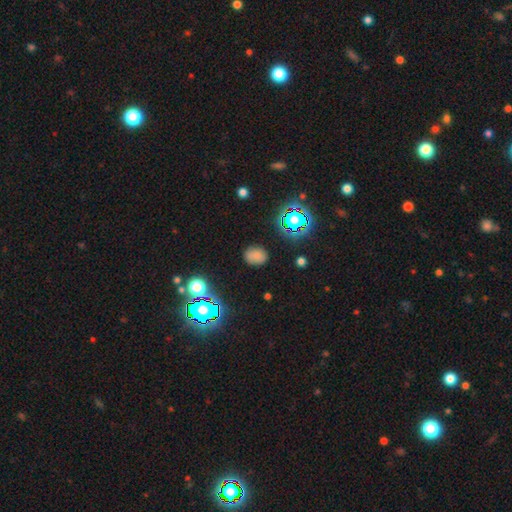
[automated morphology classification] smooth 72%, star or artifact 20%, featured or disk 8%. Down the decision tree: how rounded — in between (55%); merging — none (83%).